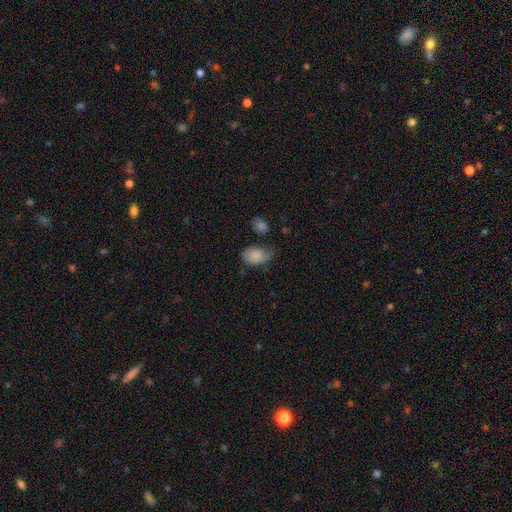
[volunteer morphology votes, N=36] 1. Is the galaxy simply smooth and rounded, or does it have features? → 92% smooth, 6% star or artifact, 3% featured or disk.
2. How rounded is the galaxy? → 88% in between, 12% round, 0% cigar-shaped.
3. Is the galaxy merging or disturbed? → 47% none, 44% minor disturbance, 6% major disturbance, 3% merger.